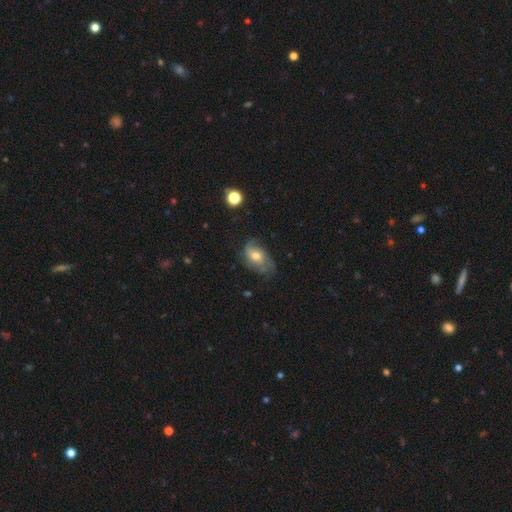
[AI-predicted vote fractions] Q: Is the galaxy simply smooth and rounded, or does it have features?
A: featured or disk — 53%.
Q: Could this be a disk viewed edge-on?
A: no — 95%.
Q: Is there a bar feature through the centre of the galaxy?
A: no — 63%.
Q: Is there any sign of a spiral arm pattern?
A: yes — 80%.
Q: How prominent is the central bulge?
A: moderate — 65%.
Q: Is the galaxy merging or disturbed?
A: none — 48%.